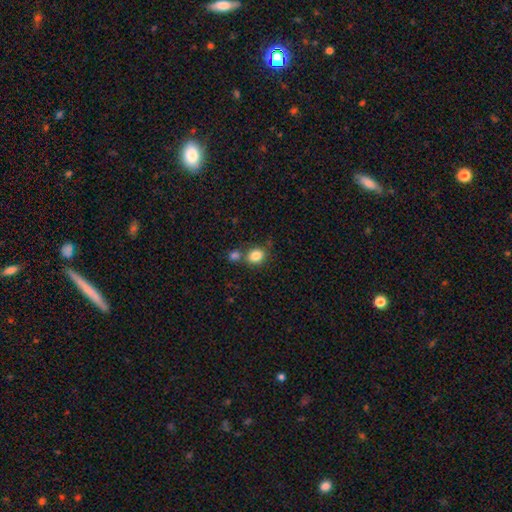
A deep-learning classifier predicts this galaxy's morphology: Overall: smooth (84%). How rounded: round (67%; in between 32%). Merging: none (63%; merger 24%).